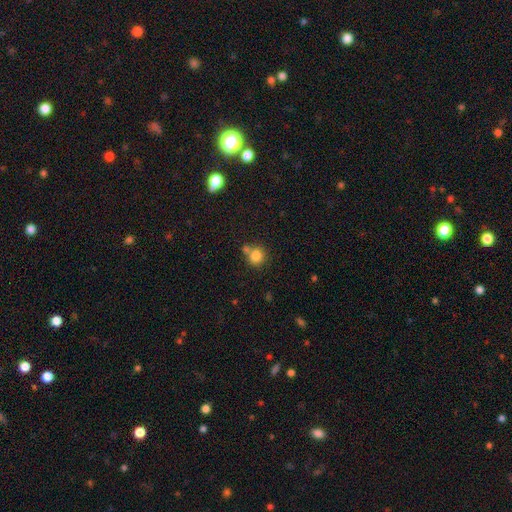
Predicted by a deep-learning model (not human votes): Q: Smooth or featured?
A: smooth (82%); runner-up: star or artifact (11%)
Q: How rounded?
A: round (90%); runner-up: in between (9%)
Q: Merging?
A: none (61%); runner-up: merger (25%)